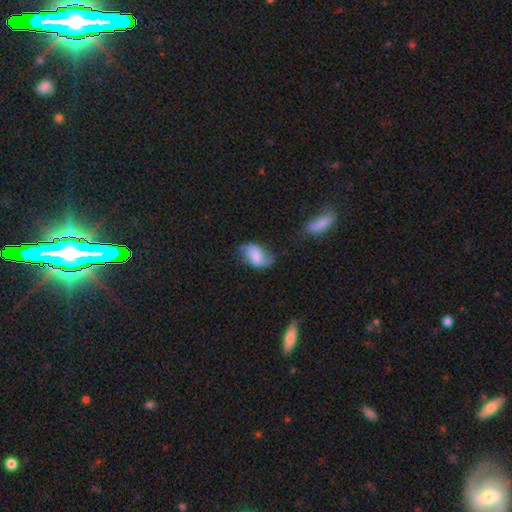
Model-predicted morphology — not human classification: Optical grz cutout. It shows a smooth galaxy with no disk features (53%) that is in between round and cigar-shaped (88%). Merging: none (50%).